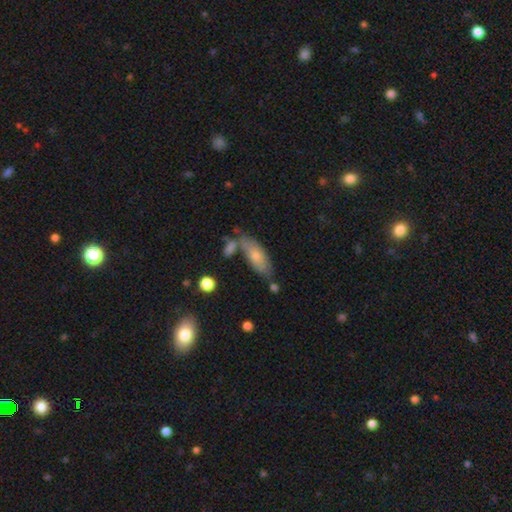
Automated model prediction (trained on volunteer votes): This is likely a smooth galaxy (71%). How rounded: likely in between (73%). Merging: possibly none (60%).